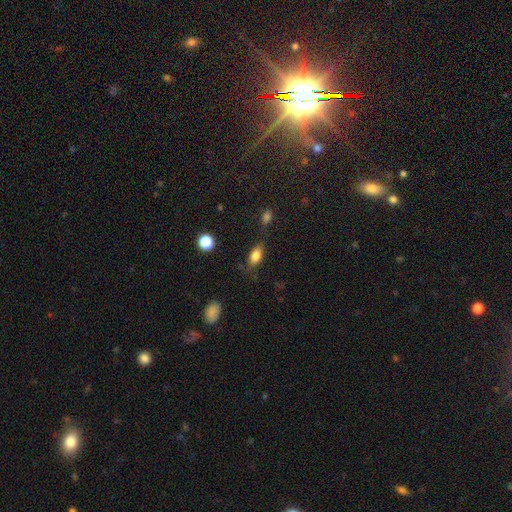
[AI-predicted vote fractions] A smooth galaxy with no disk features (79%) that is in between round and cigar-shaped (85%).

Vote fractions:
- Smooth or featured? smooth: 79% / featured or disk: 12% / star or artifact: 9%
- How rounded? in between: 85% / round: 8% / cigar-shaped: 7%
- Merging? none: 71% / minor disturbance: 20% / major disturbance: 6% / merger: 3%